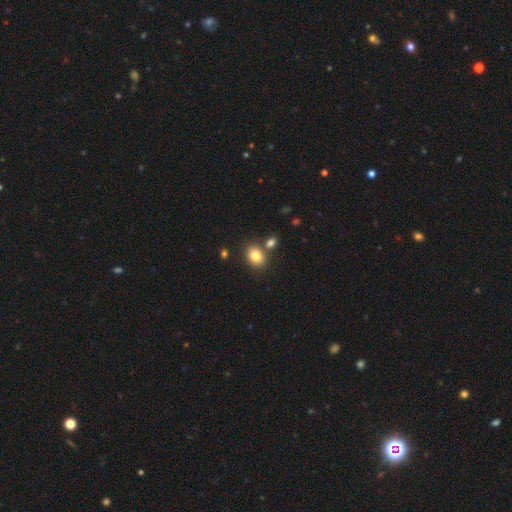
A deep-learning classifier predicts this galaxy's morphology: This is clearly a smooth galaxy (83%). How rounded: likely in between (65%). Merging: likely none (71%).